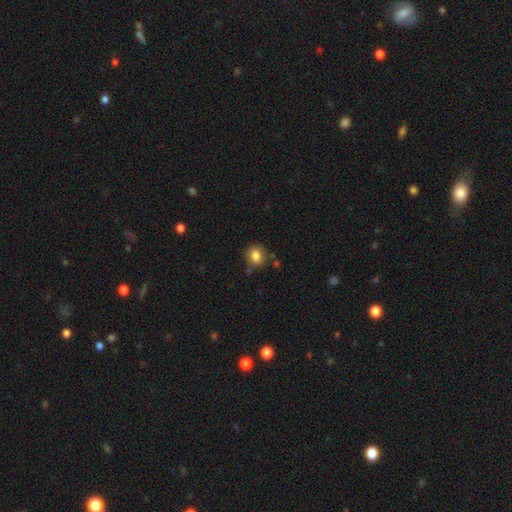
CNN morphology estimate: smooth-or-featured: smooth: 83% | star or artifact: 10% | featured or disk: 7%
  how-rounded: round: 64% | in between: 35% | cigar-shaped: 1%
  merging: none: 77% | minor disturbance: 14% | merger: 5% | major disturbance: 4%